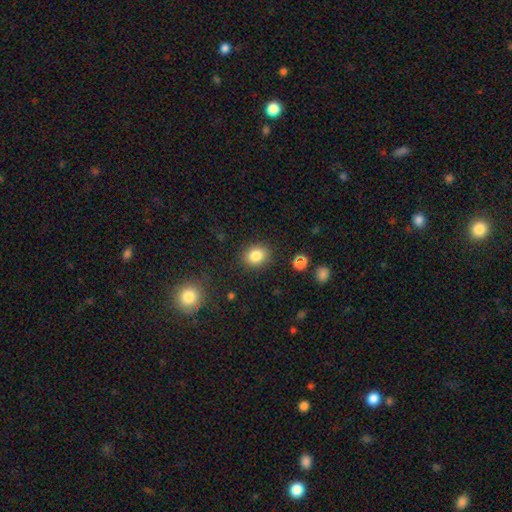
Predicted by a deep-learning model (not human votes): Smooth or featured?
  - smooth: 83% *
  - star or artifact: 11%
  - featured or disk: 6%
How rounded?
  - round: 59% *
  - in between: 40%
  - cigar-shaped: 1%
Merging?
  - none: 87% *
  - minor disturbance: 8%
  - major disturbance: 3%
  - merger: 2%